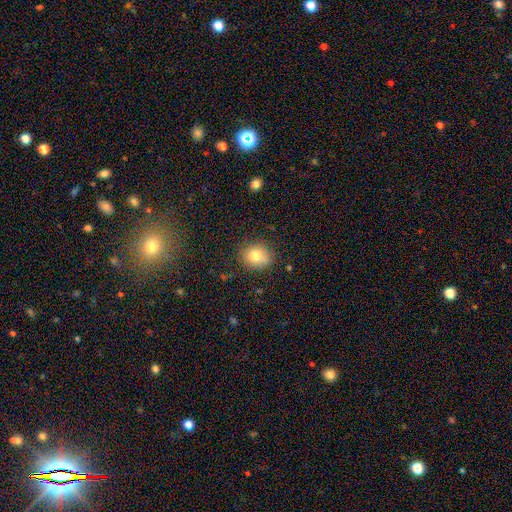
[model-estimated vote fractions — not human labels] Smooth or featured: smooth — 78% (star or artifact — 11%)
How rounded: round — 68% (in between — 31%)
Merging: none — 80% (minor disturbance — 15%)